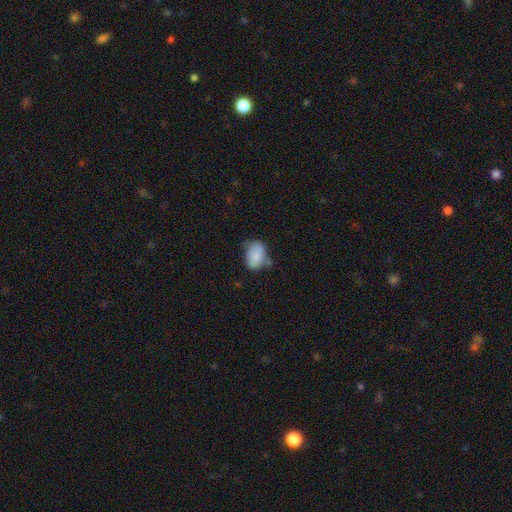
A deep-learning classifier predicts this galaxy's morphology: type=smooth (82%); roundness=in between (81%); merging=none (50%).